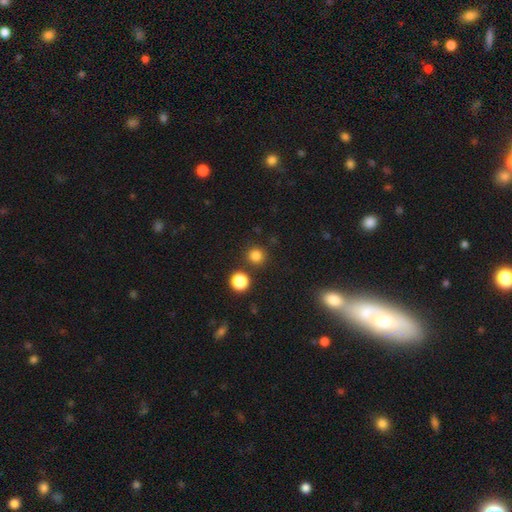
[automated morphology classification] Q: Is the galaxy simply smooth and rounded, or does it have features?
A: smooth — 81%.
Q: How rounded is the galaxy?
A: round — 94%.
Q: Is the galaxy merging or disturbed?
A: none — 86%.